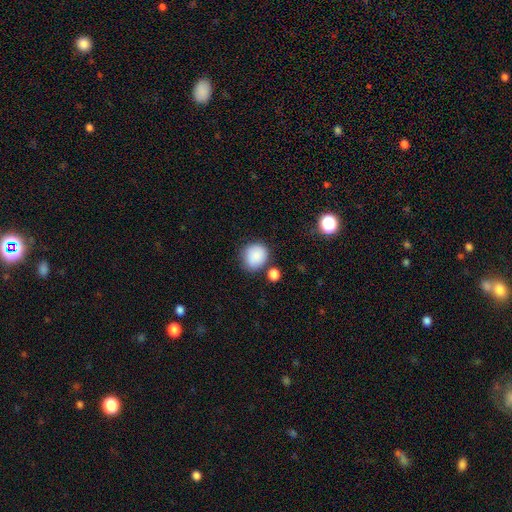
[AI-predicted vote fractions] Smooth or featured? smooth (86%)
How rounded? round (79%)
Merging? none (69%)